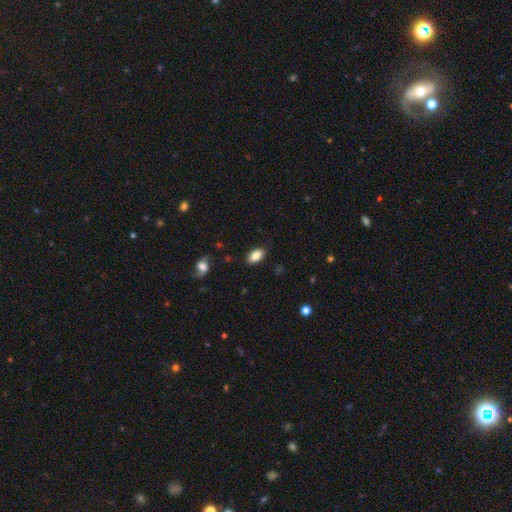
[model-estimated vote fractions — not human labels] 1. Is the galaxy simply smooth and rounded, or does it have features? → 84% smooth, 9% featured or disk, 8% star or artifact.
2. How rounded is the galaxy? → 92% in between, 6% round, 2% cigar-shaped.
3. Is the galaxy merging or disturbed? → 87% none, 10% minor disturbance, 2% major disturbance, 1% merger.